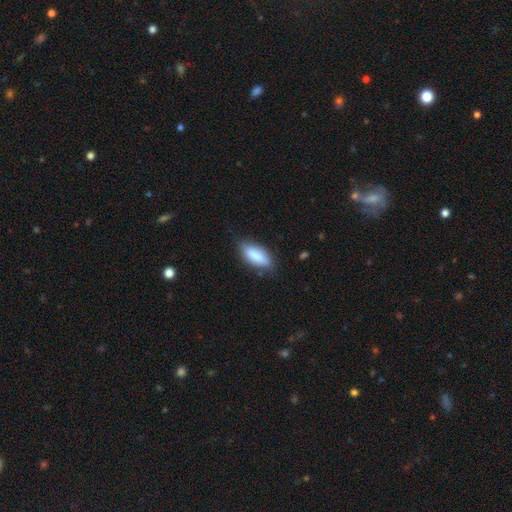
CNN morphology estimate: Smooth or featured? smooth (82%)
How rounded? in between (73%)
Merging? none (77%)